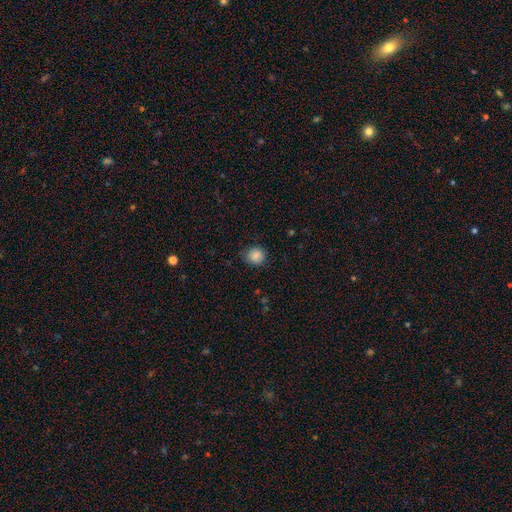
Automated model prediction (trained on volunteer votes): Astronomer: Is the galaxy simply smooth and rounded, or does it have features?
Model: smooth — 86%.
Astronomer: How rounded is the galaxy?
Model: round — 87%.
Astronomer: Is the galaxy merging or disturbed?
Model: none — 81%.